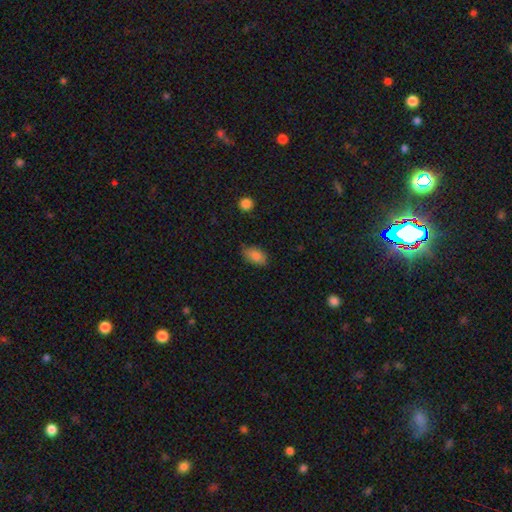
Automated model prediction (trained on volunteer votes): Morphology: type=smooth (84%); roundness=in between (91%); merging=none (77%).